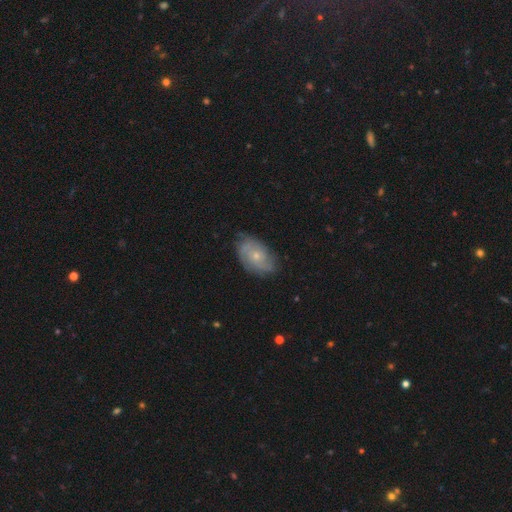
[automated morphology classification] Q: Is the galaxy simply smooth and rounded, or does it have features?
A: featured or disk — 65%.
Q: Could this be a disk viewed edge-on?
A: no — 96%.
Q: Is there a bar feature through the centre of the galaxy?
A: no — 80%.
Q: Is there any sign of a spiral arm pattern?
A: yes — 86%.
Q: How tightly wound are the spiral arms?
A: tight — 50%.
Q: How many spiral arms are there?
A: can't tell — 37%.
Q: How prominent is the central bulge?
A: small — 69%.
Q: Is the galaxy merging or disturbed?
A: none — 73%.